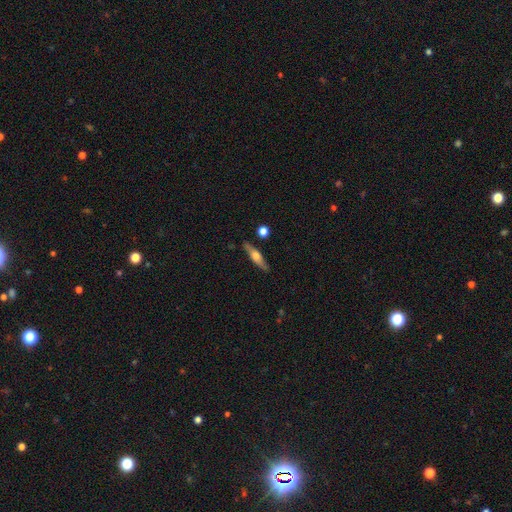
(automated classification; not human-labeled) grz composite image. It shows a featured or disk galaxy (53%) viewed edge-on (90%). Merging: none (82%).